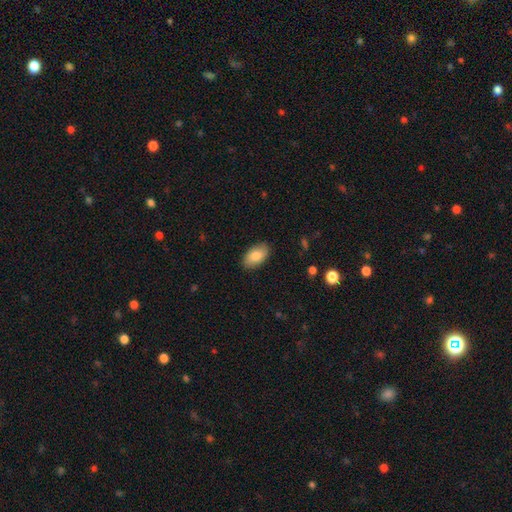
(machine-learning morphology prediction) Smooth or featured? smooth (82%)
How rounded? in between (94%)
Merging? none (86%)